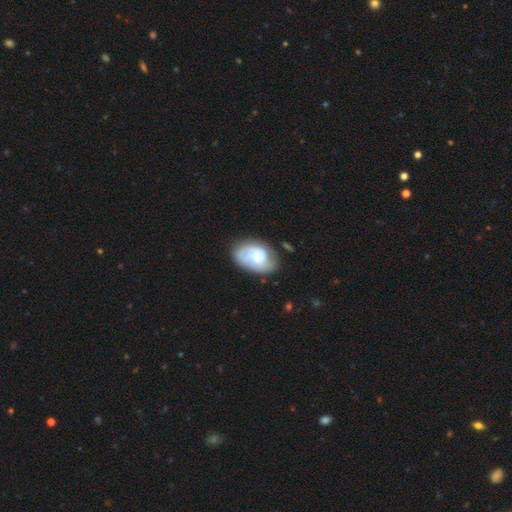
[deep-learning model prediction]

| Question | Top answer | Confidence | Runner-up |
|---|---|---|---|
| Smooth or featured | featured or disk | 61% | smooth (33%) |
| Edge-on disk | no | 97% | yes (3%) |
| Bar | no | 71% | weak (25%) |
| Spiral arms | yes | 87% | no (13%) |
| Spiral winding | tight | 54% | medium (34%) |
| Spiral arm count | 2 | 46% | can't tell (29%) |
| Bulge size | small | 44% | moderate (39%) |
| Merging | none | 69% | minor disturbance (21%) |